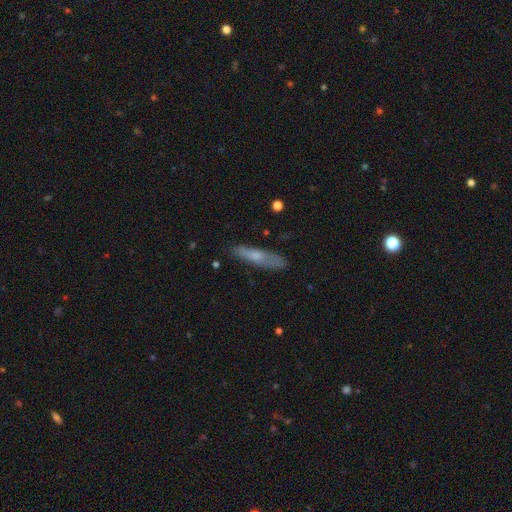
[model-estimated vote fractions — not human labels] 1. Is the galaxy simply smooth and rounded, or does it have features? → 56% smooth, 38% featured or disk, 7% star or artifact.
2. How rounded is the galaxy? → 84% cigar-shaped, 15% in between, 2% round.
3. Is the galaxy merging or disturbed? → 80% none, 15% minor disturbance, 3% major disturbance, 2% merger.